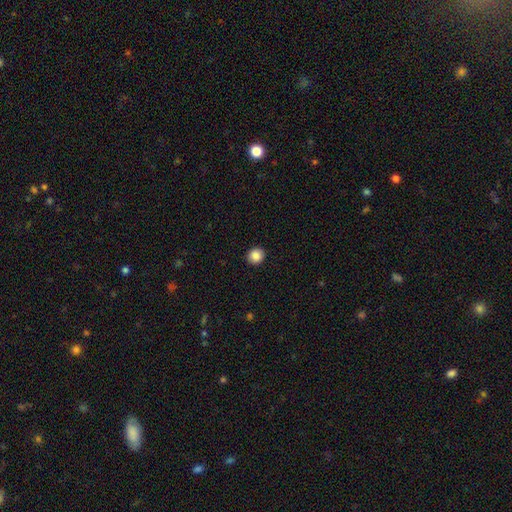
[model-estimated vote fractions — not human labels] Overall: smooth (87%). How rounded: round (87%). Merging: none (92%).